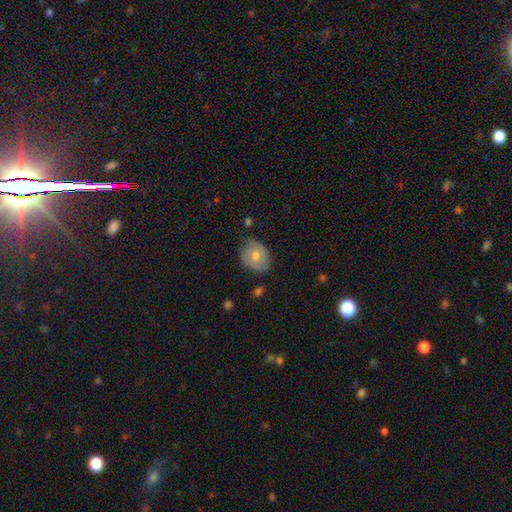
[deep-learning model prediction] This appears to be a smooth galaxy with no disk features (66%) that is round (56%). Merging: none (71%).